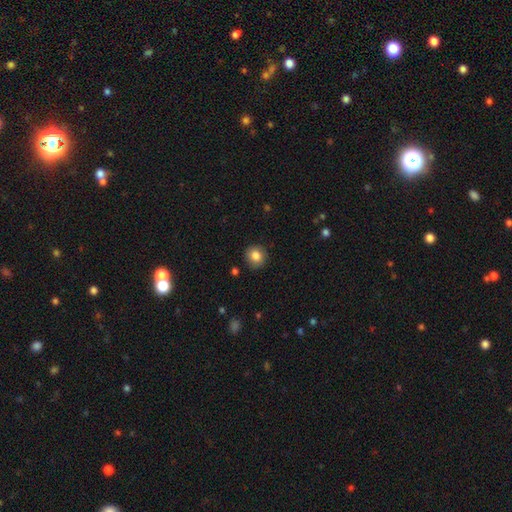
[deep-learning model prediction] smooth_or_featured: smooth (p=0.84) [alt: star or artifact p=0.09]
how_rounded: round (p=0.86) [alt: in between p=0.13]
merging: none (p=0.89) [alt: minor disturbance p=0.08]